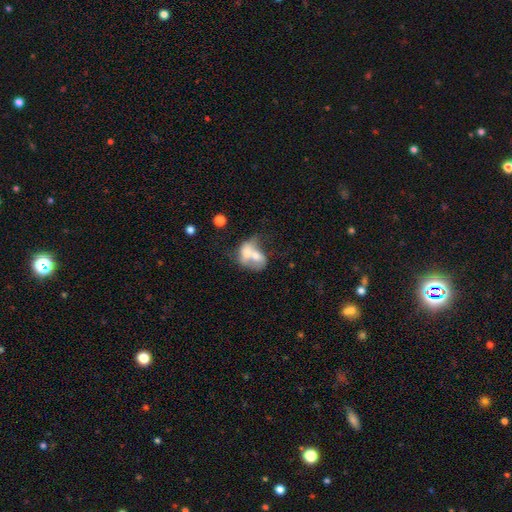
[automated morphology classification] smooth_or_featured: smooth (p=0.53) [alt: featured or disk p=0.38]
how_rounded: in between (p=0.69) [alt: round p=0.29]
merging: merger (p=0.70) [alt: major disturbance p=0.12]